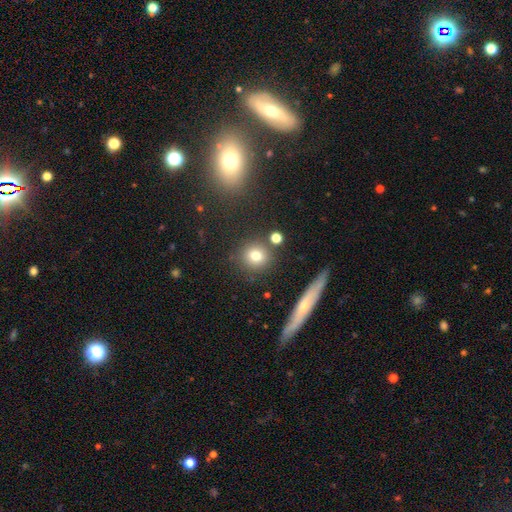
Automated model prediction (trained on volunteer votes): This is likely a smooth galaxy (77%). How rounded: clearly round (86%). Merging: clearly none (81%).